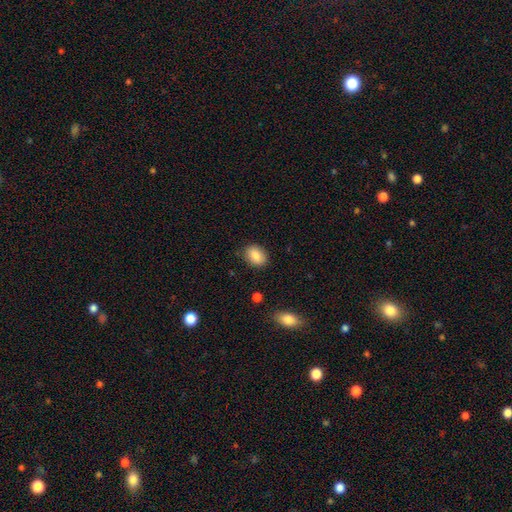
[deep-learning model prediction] The model was most divided on "how rounded": in between: 68%, round: 31%, cigar-shaped: 1%. More confident: smooth or featured — smooth (86%); merging — none (84%).